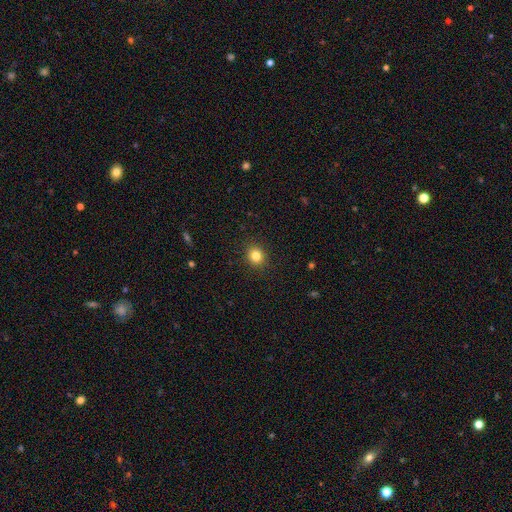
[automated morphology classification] smooth_or_featured: smooth (p=0.83) [alt: star or artifact p=0.12]
how_rounded: round (p=0.79) [alt: in between p=0.20]
merging: none (p=0.90) [alt: minor disturbance p=0.07]